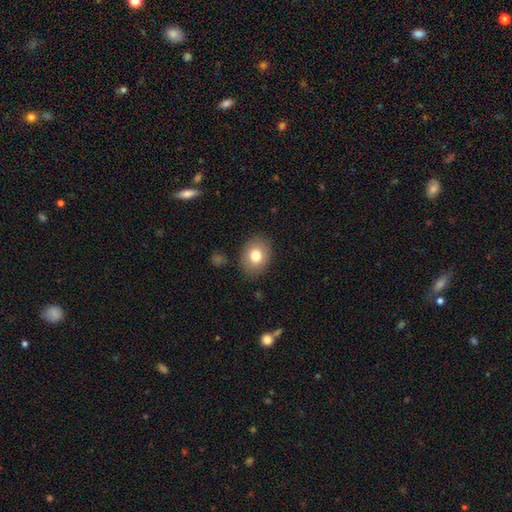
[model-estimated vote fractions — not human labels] Q: Smooth or featured?
A: smooth (77%); runner-up: featured or disk (14%)
Q: How rounded?
A: in between (57%); runner-up: round (42%)
Q: Merging?
A: none (86%); runner-up: minor disturbance (10%)